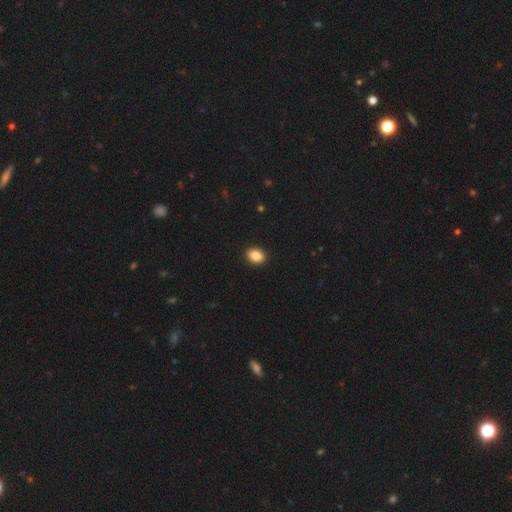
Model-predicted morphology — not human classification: This appears to be a smooth galaxy with no disk features (87%) that is in between round and cigar-shaped (73%). Merging: none (92%).